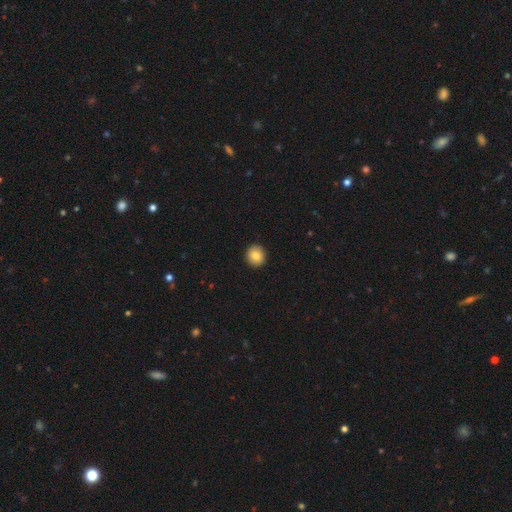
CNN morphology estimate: This appears to be a smooth galaxy with no disk features (84%) that is round (88%). Merging: none (92%).